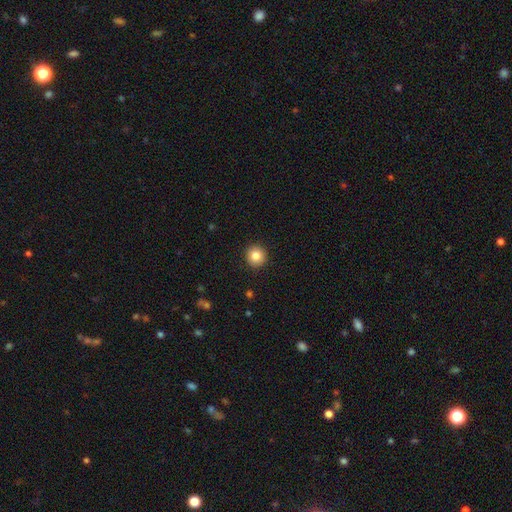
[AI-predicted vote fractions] Smooth or featured? smooth (84%)
How rounded? round (94%)
Merging? none (93%)